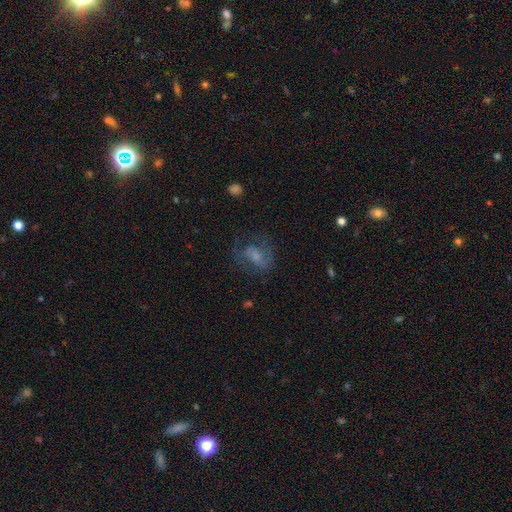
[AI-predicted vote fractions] A featured or disk galaxy (47%). Merging: none (53%).